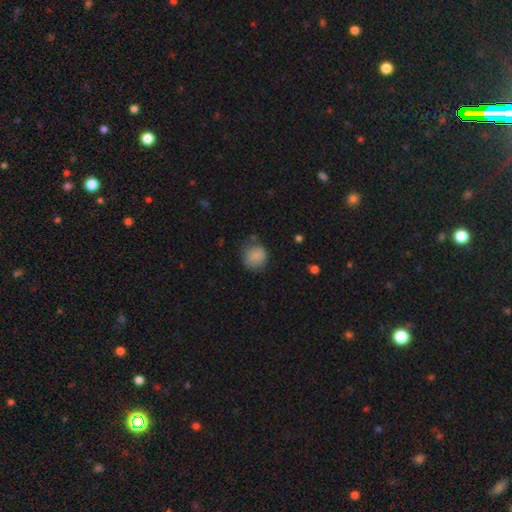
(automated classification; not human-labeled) Overall: smooth (84%). How rounded: round (84%). Merging: none (65%; minor disturbance 25%).